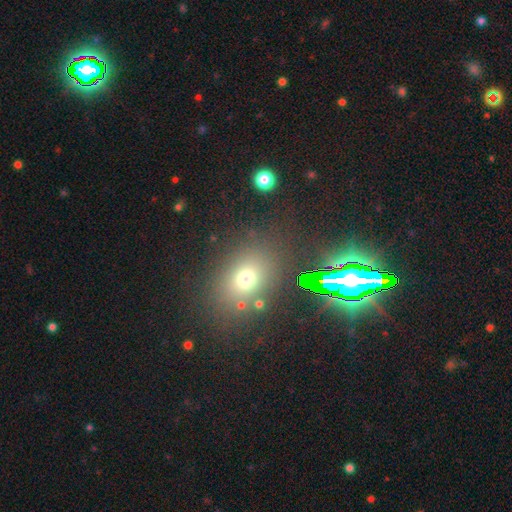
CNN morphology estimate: Smooth or featured? Predicted: star or artifact (p=0.48).